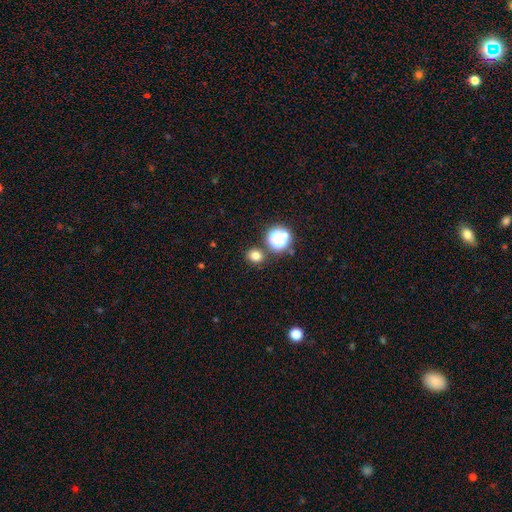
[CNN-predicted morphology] Q: Smooth or featured?
A: smooth (75%); runner-up: star or artifact (20%)
Q: How rounded?
A: round (76%); runner-up: in between (24%)
Q: Merging?
A: none (83%); runner-up: merger (7%)